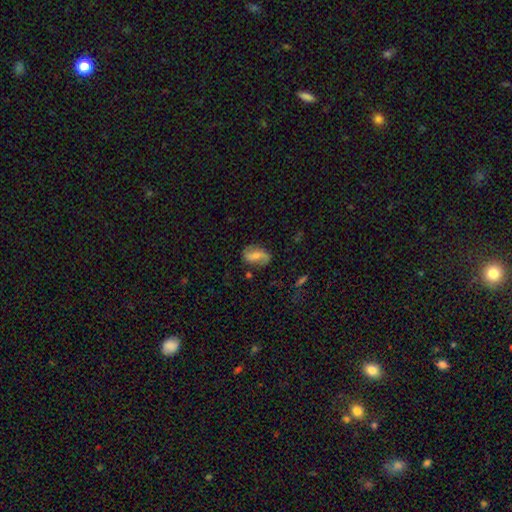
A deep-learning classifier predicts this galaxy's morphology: Smooth or featured?
  - featured or disk: 62% *
  - smooth: 30%
  - star or artifact: 8%
Edge-on disk?
  - no: 96% *
  - yes: 4%
Bar?
  - weak: 42% *
  - no: 33%
  - strong: 25%
Spiral arms?
  - yes: 91% *
  - no: 9%
Spiral winding?
  - loose: 66% *
  - medium: 25%
  - tight: 9%
Spiral arm count?
  - 2: 88% *
  - 1: 5%
  - can't tell: 4%
  - 3: 1%
  - 4: 1%
  - more than 4: 1%
Bulge size?
  - small: 32% *
  - none: 31%
  - moderate: 29%
  - large: 7%
  - dominant: 2%
Merging?
  - none: 72% *
  - minor disturbance: 18%
  - major disturbance: 7%
  - merger: 3%